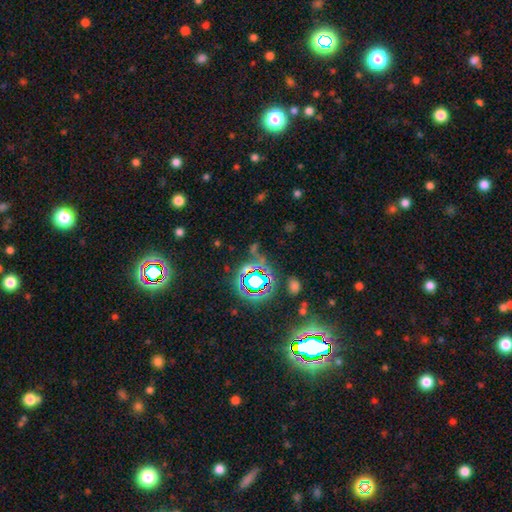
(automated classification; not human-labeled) smooth_or_featured: star or artifact (p=0.73) [alt: smooth p=0.15]